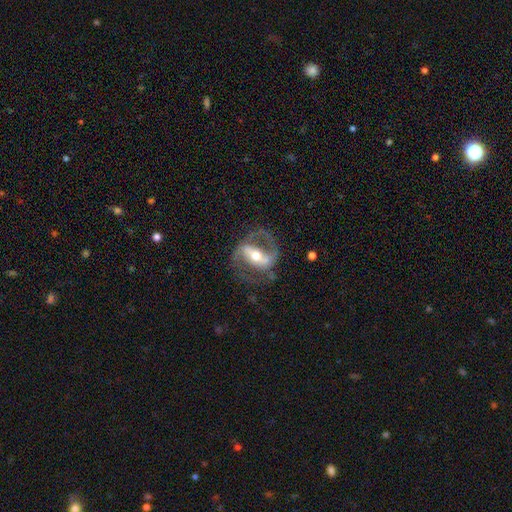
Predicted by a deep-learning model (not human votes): A featured or disk galaxy (85%) with a strong bar (61%), 2 (86%) medium (54%) spiral arms (88%) and a moderate central bulge (66%). Merging: none (67%).